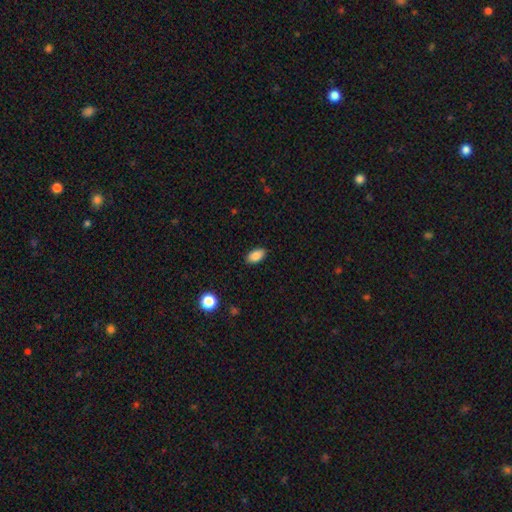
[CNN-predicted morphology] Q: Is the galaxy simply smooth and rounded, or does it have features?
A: smooth — 85%.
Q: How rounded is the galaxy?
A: in between — 91%.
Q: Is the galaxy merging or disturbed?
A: none — 87%.